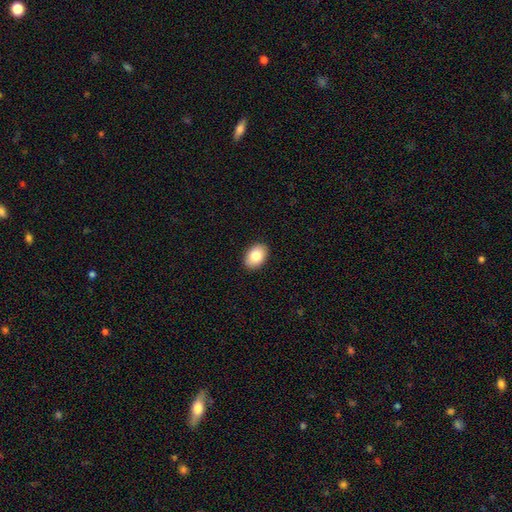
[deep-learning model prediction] The model was most divided on "how rounded": in between: 81%, round: 18%, cigar-shaped: 1%. More confident: merging — none (90%); smooth or featured — smooth (83%).